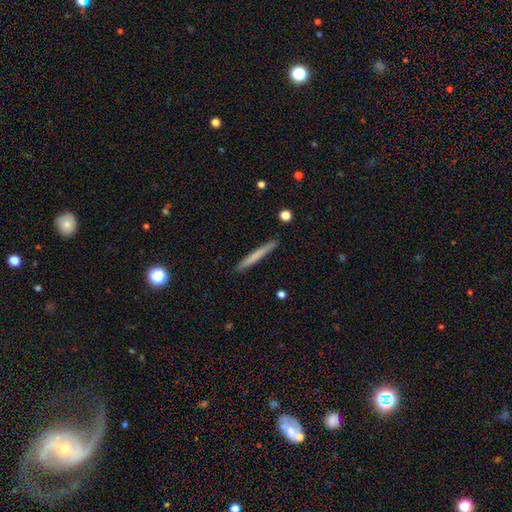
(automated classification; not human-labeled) Morphology: type=smooth (67%); roundness=cigar-shaped (97%); merging=none (91%).